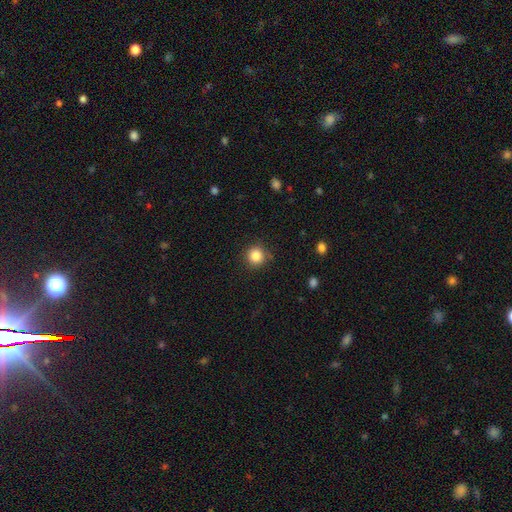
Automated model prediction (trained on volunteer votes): Smooth or featured? Predicted: smooth (p=0.85). How rounded? Predicted: round (p=0.95). Merging? Predicted: none (p=0.88).